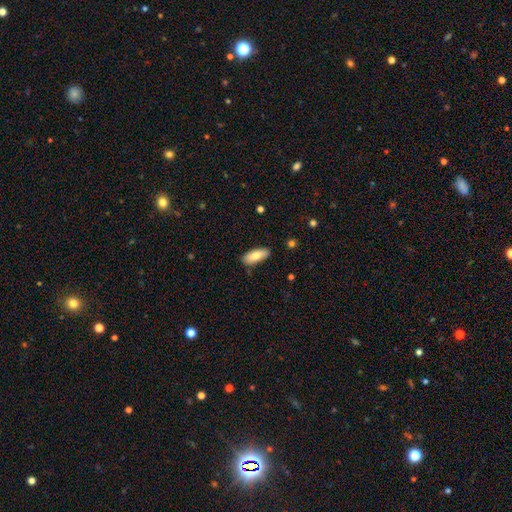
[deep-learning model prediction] smooth 78%, featured or disk 16%, star or artifact 6%. Down the decision tree: how rounded — in between (80%); merging — none (84%).